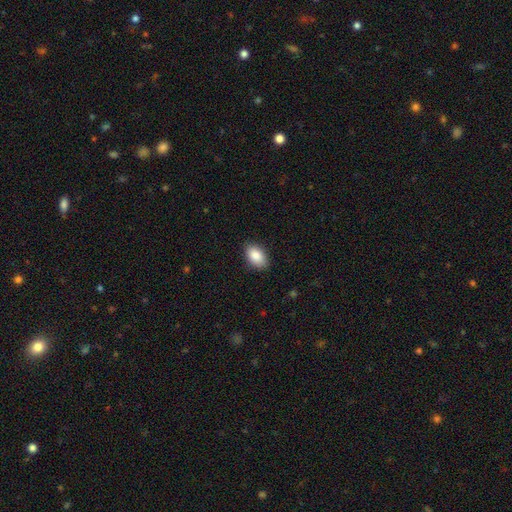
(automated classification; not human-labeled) Smooth or featured? Predicted: smooth (p=0.88). How rounded? Predicted: in between (p=0.92). Merging? Predicted: none (p=0.87).